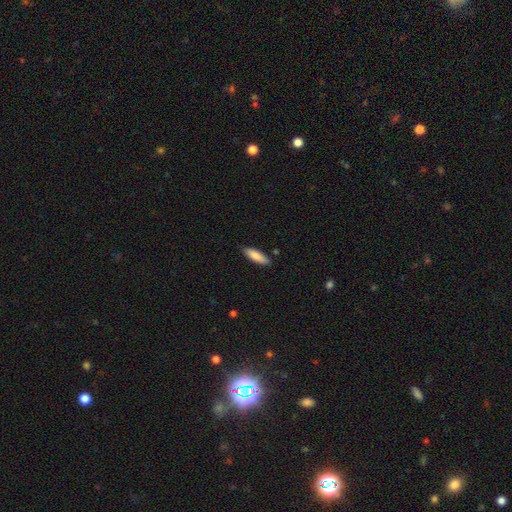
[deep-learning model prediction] smooth_or_featured: smooth (p=0.84) [alt: featured or disk p=0.10]
how_rounded: in between (p=0.50) [alt: cigar-shaped p=0.49]
merging: none (p=0.85) [alt: minor disturbance p=0.12]